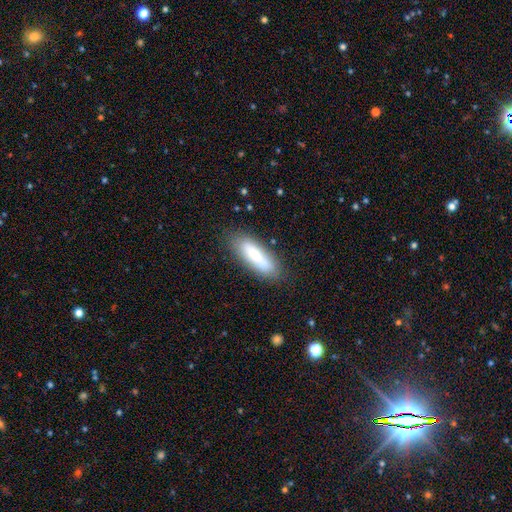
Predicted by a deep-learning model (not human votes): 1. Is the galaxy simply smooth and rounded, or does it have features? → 78% smooth, 15% featured or disk, 7% star or artifact.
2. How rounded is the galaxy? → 52% cigar-shaped, 46% in between, 2% round.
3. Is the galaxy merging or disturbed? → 81% none, 14% minor disturbance, 4% major disturbance, 2% merger.